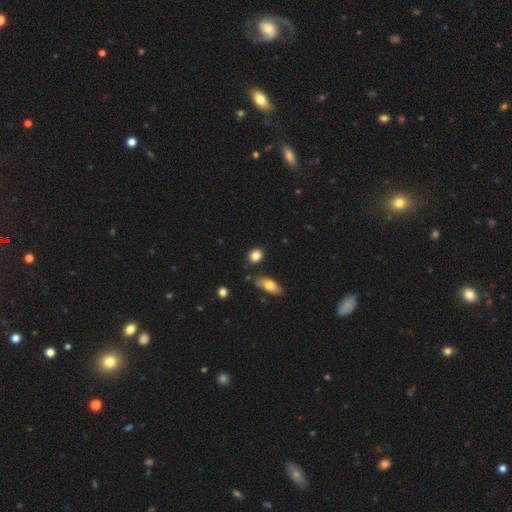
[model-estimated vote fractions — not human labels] Smooth or featured: smooth — 85% (star or artifact — 9%)
How rounded: in between — 57% (round — 41%)
Merging: none — 79% (minor disturbance — 12%)